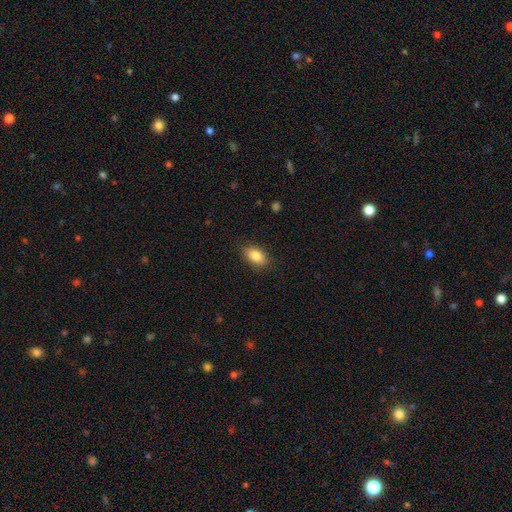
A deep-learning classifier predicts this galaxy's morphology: This appears to be a smooth galaxy with no disk features (85%) that is in between round and cigar-shaped (89%). Merging: none (86%).